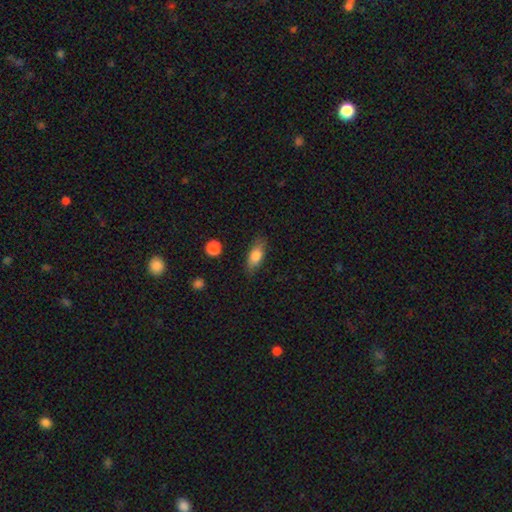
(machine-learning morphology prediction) smooth 77%, featured or disk 15%, star or artifact 8%. Down the decision tree: how rounded — in between (76%); merging — none (79%).